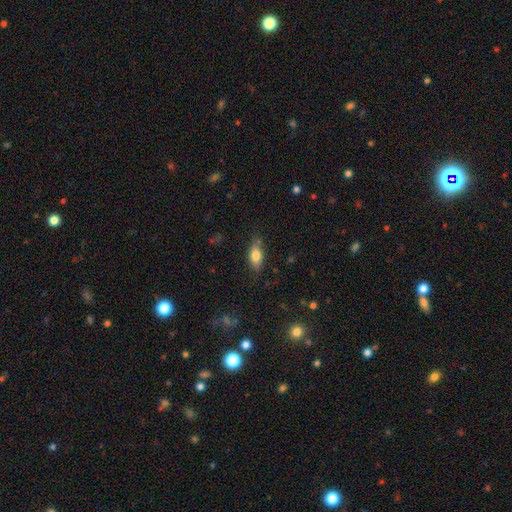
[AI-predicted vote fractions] The model was most divided on "merging": none: 74%, minor disturbance: 19%, major disturbance: 5%, merger: 2%. More confident: how rounded — in between (82%); smooth or featured — smooth (74%).